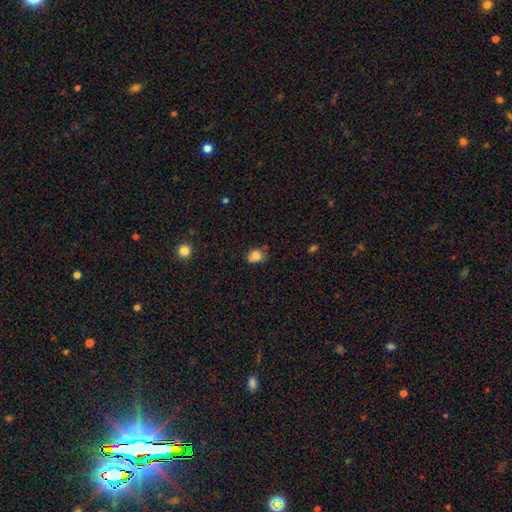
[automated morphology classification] This appears to be a smooth galaxy with no disk features (76%) that is round (53%). Merging: none (58%).